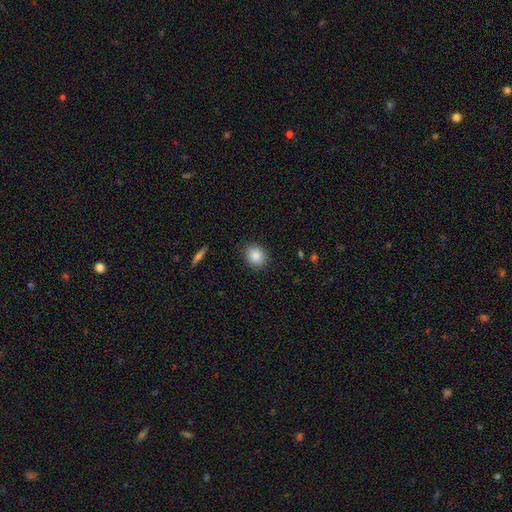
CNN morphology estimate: smooth-or-featured: smooth: 85% | star or artifact: 9% | featured or disk: 6%
  how-rounded: round: 69% | in between: 30% | cigar-shaped: 1%
  merging: none: 88% | minor disturbance: 9% | major disturbance: 2% | merger: 1%